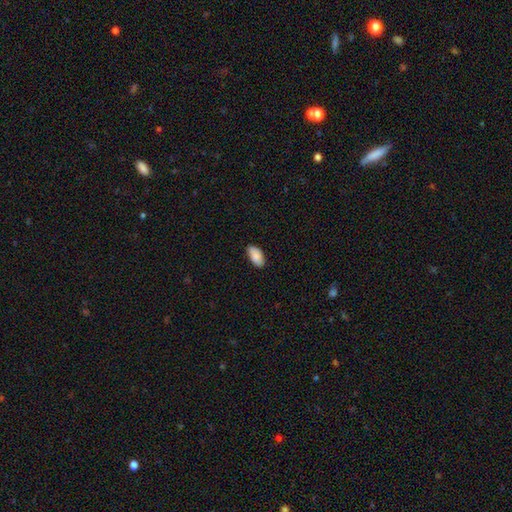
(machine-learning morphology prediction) This appears to be a smooth galaxy with no disk features (89%) that is in between round and cigar-shaped (94%). Merging: none (85%).